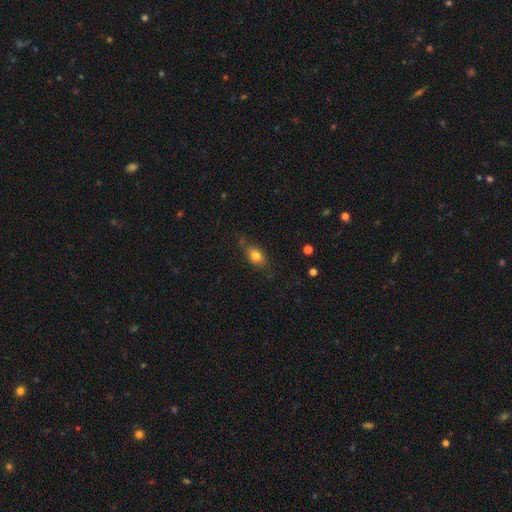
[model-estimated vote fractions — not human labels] A smooth galaxy with no disk features (78%) that is in between round and cigar-shaped (74%). Merging: none (69%).